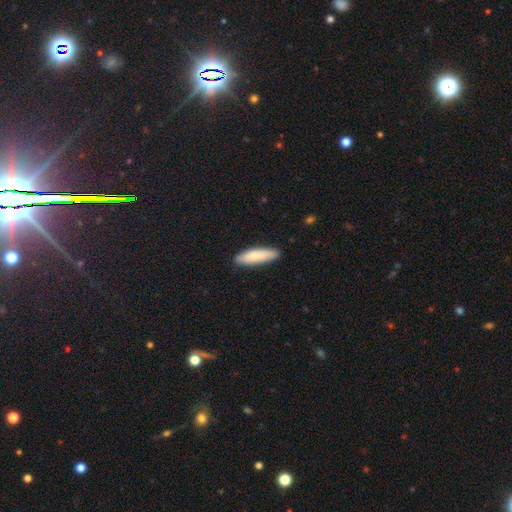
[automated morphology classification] type=smooth (80%); roundness=cigar-shaped (63%); merging=none (86%).